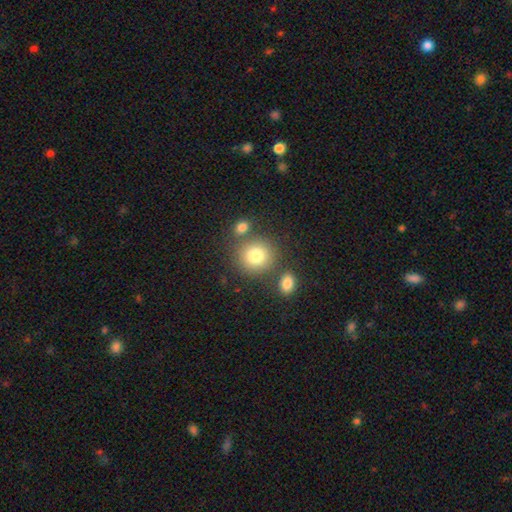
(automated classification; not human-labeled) This appears to be a smooth galaxy with no disk features (80%) that is round (85%). Merging: none (69%).